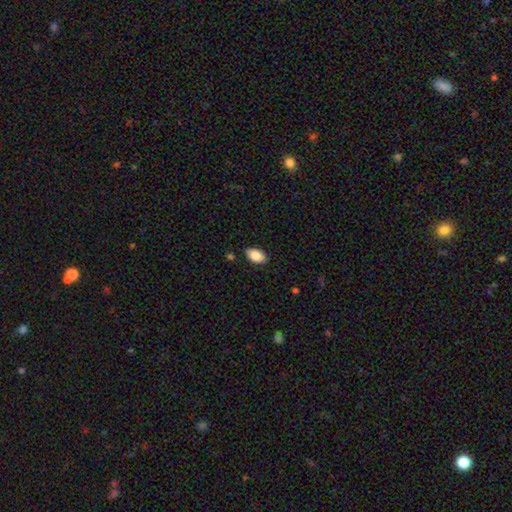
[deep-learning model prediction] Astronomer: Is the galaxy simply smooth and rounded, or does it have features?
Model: smooth — 87%.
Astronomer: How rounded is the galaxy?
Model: in between — 93%.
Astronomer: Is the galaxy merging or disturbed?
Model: none — 85%.